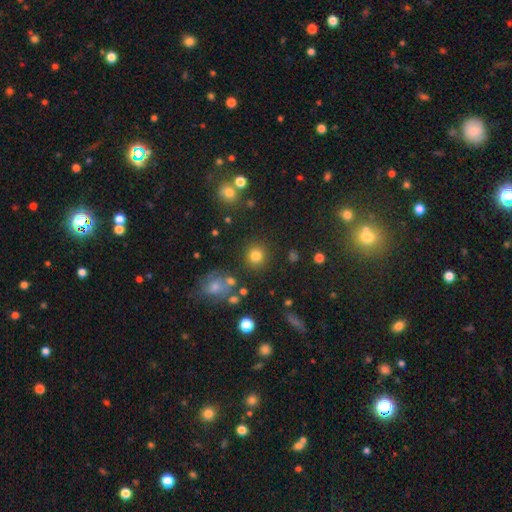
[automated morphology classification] Overall: smooth (80%). How rounded: round (92%). Merging: none (86%).